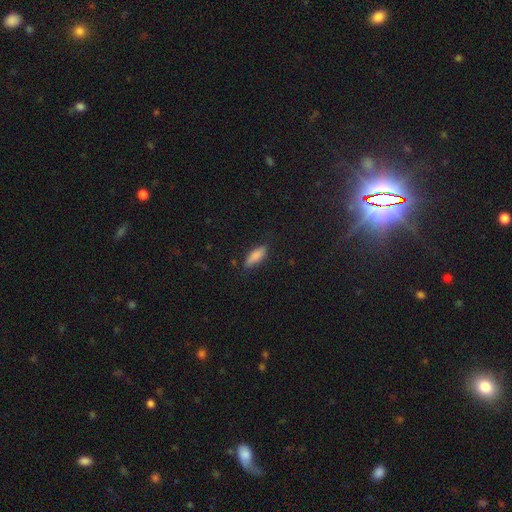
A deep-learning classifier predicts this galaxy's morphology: type=smooth (84%); roundness=in between (65%); merging=none (78%).